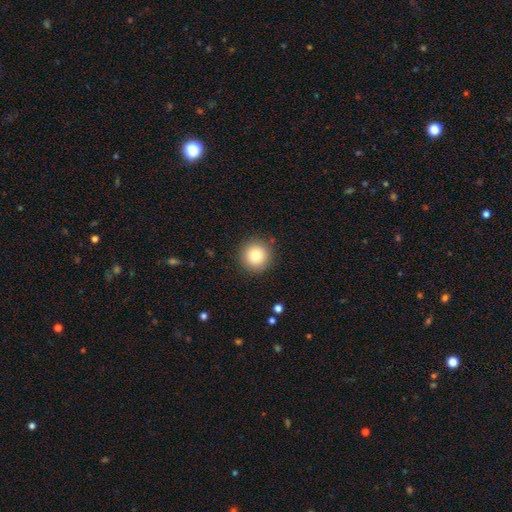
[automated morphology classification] smooth-or-featured: smooth: 81% | star or artifact: 10% | featured or disk: 9%
  how-rounded: round: 95% | in between: 4% | cigar-shaped: 1%
  merging: none: 90% | minor disturbance: 7% | major disturbance: 2% | merger: 1%